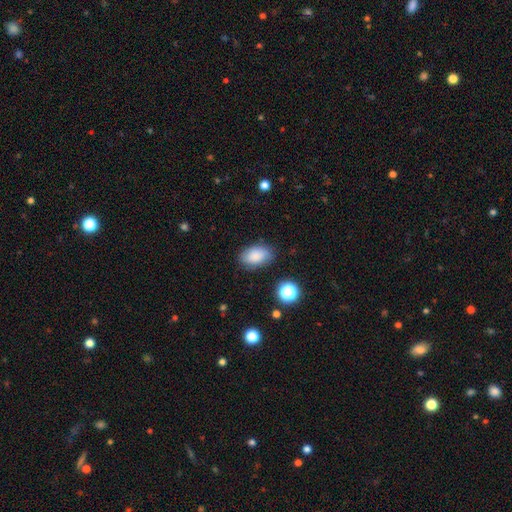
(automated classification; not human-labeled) smooth_or_featured: smooth (p=0.85) [alt: star or artifact p=0.09]
how_rounded: in between (p=0.90) [alt: round p=0.09]
merging: none (p=0.81) [alt: minor disturbance p=0.14]